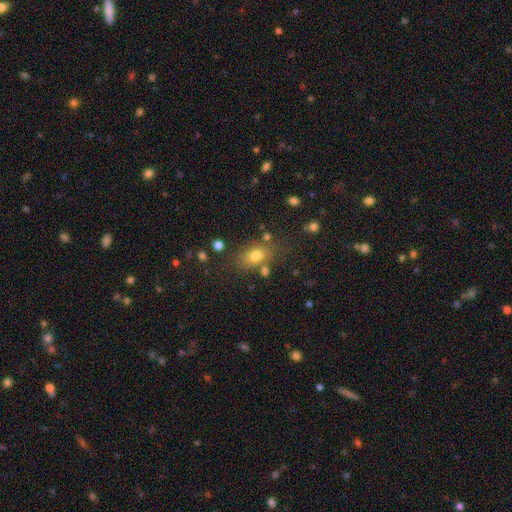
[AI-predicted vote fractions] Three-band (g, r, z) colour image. It shows a smooth galaxy with no disk features (74%) that is in between round and cigar-shaped (74%). Merging: none (75%).